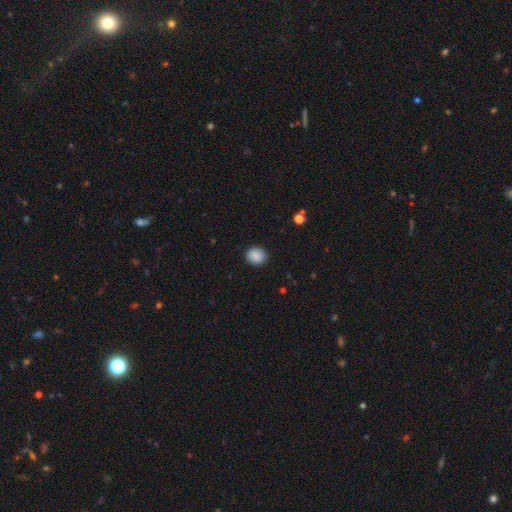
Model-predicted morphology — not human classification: Smooth or featured?
  - smooth: 88% *
  - star or artifact: 8%
  - featured or disk: 4%
How rounded?
  - round: 73% *
  - in between: 27%
  - cigar-shaped: 1%
Merging?
  - none: 90% *
  - minor disturbance: 7%
  - major disturbance: 2%
  - merger: 1%